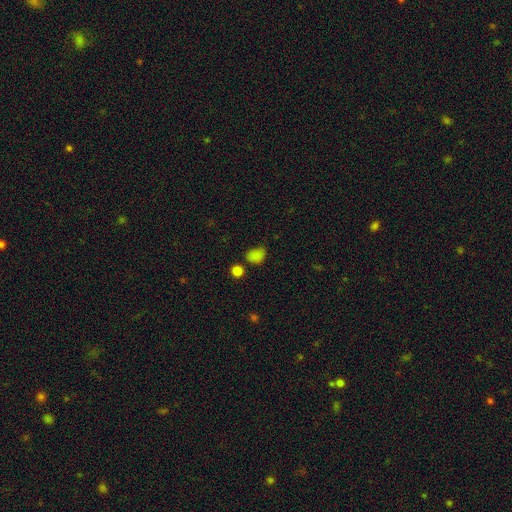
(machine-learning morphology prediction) Q: Smooth or featured?
A: smooth (78%); runner-up: star or artifact (18%)
Q: How rounded?
A: in between (58%); runner-up: round (40%)
Q: Merging?
A: none (64%); runner-up: minor disturbance (22%)